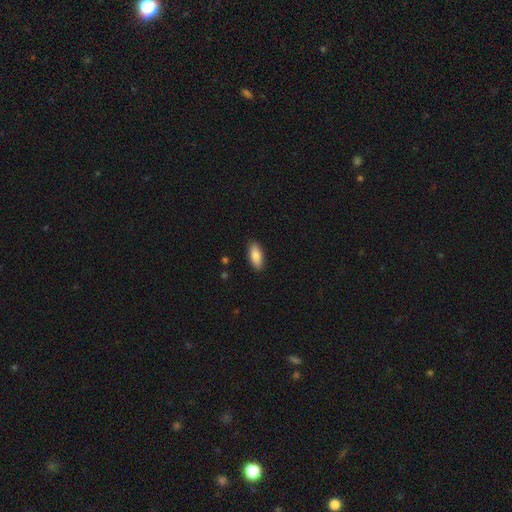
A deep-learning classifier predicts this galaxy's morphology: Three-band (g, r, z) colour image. It shows a smooth galaxy with no disk features (87%) that is in between round and cigar-shaped (85%). Merging: none (88%).